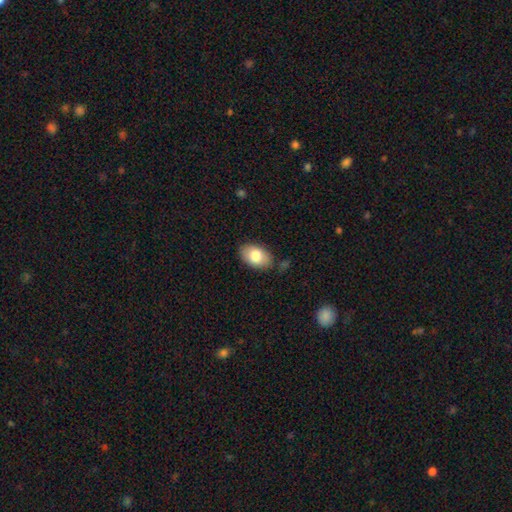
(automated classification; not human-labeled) Smooth or featured: smooth — 80% (featured or disk — 13%)
How rounded: in between — 90% (round — 9%)
Merging: none — 82% (minor disturbance — 13%)